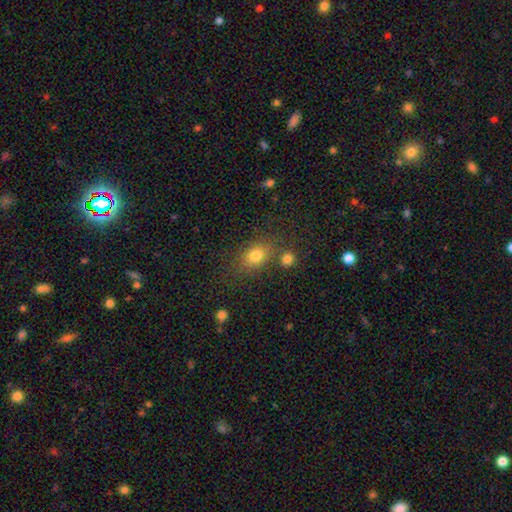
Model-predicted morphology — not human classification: Overall: smooth (77%). How rounded: in between (67%; round 31%). Merging: none (66%).